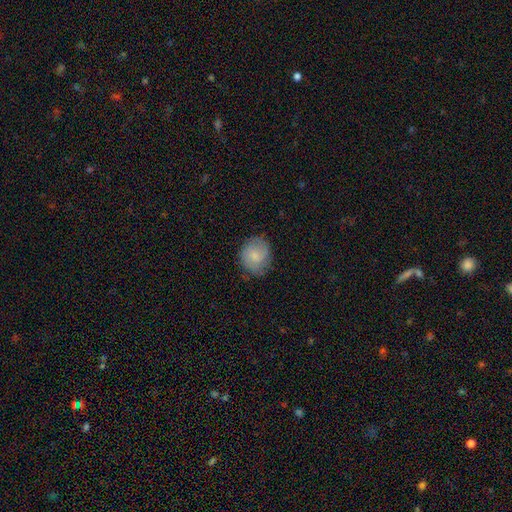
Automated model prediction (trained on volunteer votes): The model was most divided on "smooth or featured": smooth: 67%, featured or disk: 26%, star or artifact: 8%. More confident: merging — none (73%); how rounded — round (71%).